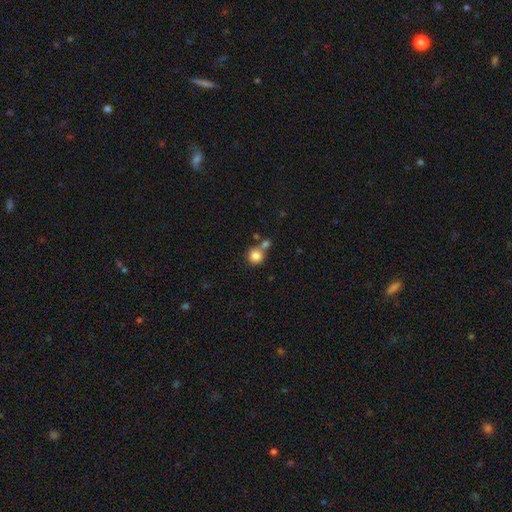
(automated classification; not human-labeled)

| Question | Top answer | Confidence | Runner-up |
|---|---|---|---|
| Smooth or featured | smooth | 83% | star or artifact (10%) |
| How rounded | round | 91% | in between (8%) |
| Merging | none | 60% | merger (28%) |